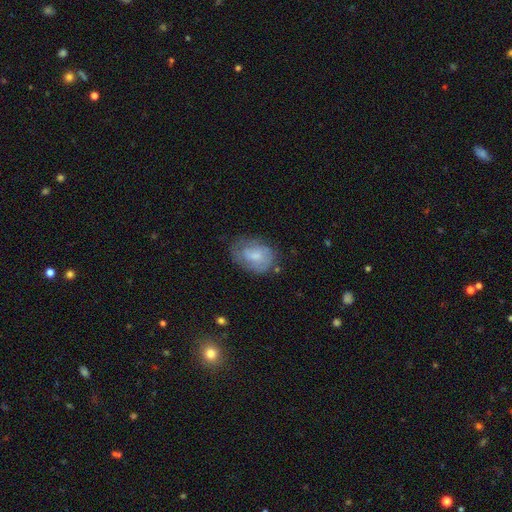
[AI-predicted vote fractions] smooth 55%, featured or disk 38%, star or artifact 8%. Down the decision tree: how rounded — in between (72%); merging — none (58%).